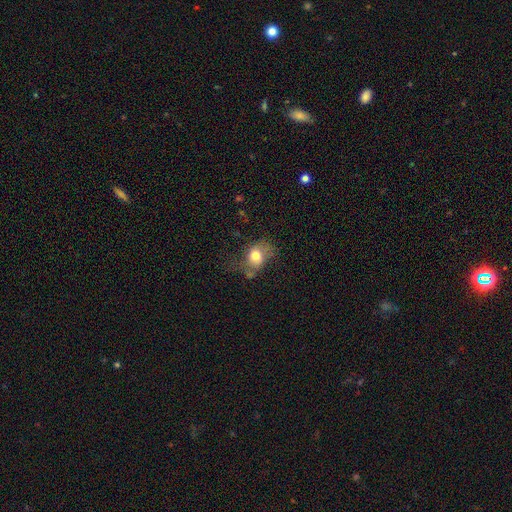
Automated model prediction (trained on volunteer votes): This appears to be a smooth galaxy with no disk features (72%) that is in between round and cigar-shaped (53%). Merging: none (42%).